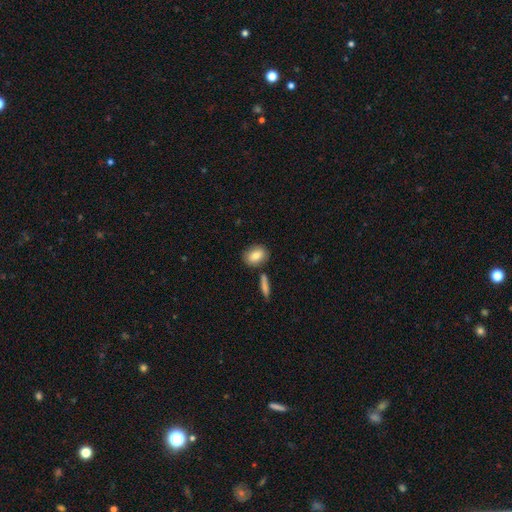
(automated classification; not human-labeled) Smooth or featured?
  - smooth: 80% *
  - featured or disk: 13%
  - star or artifact: 7%
How rounded?
  - in between: 65% *
  - round: 32%
  - cigar-shaped: 3%
Merging?
  - none: 75% *
  - minor disturbance: 12%
  - merger: 10%
  - major disturbance: 3%